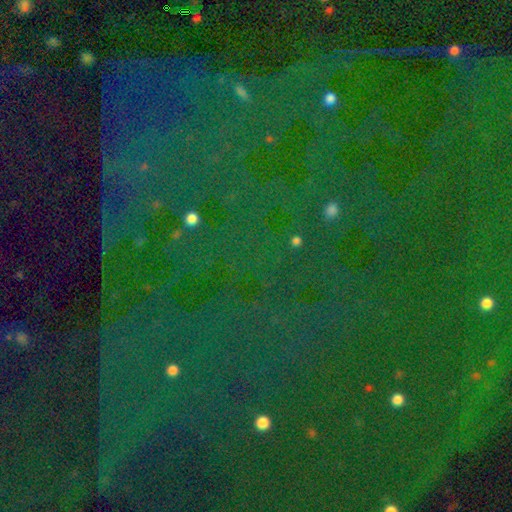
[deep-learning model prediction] Morphology: type=star or artifact (83%).